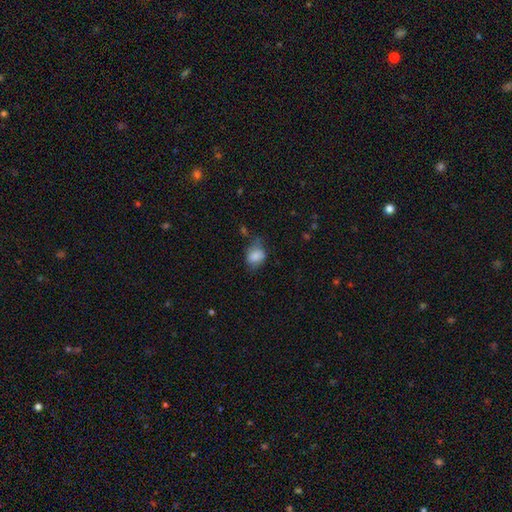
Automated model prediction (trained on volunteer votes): Smooth or featured? Predicted: smooth (p=0.81). How rounded? Predicted: in between (p=0.57). Merging? Predicted: none (p=0.50).